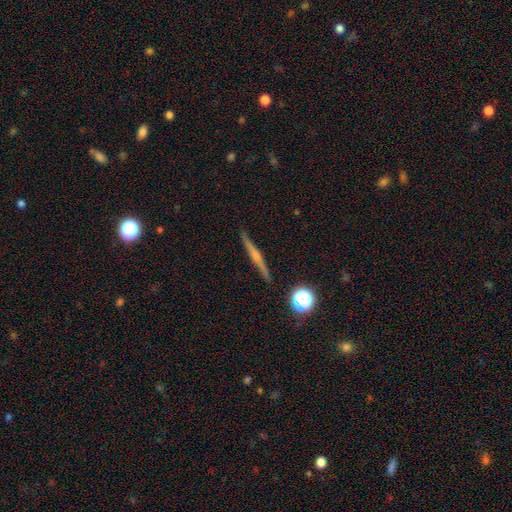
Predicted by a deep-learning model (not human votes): A featured or disk galaxy (66%) viewed edge-on (98%) with a rounded central bulge (64%). Merging: none (91%).